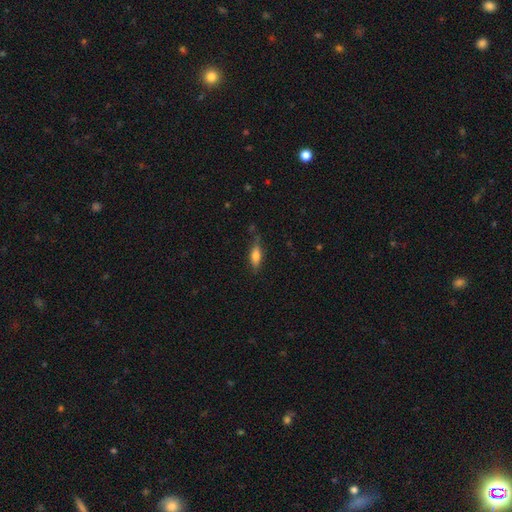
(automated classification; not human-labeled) This is likely a smooth galaxy (70%). How rounded: possibly in between (57%). Merging: likely none (69%).